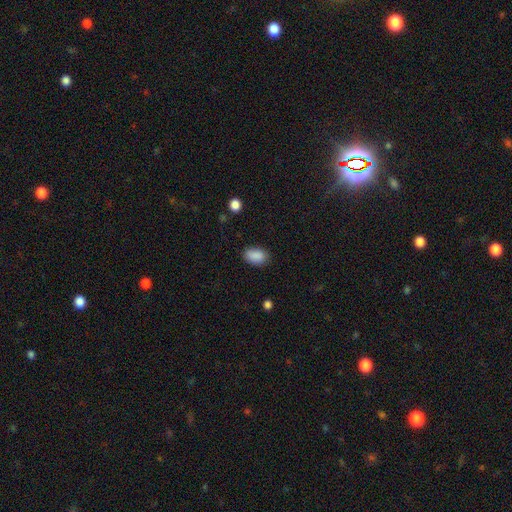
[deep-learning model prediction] Smooth or featured: smooth — 89% (star or artifact — 8%)
How rounded: in between — 91% (round — 8%)
Merging: none — 84% (minor disturbance — 12%)